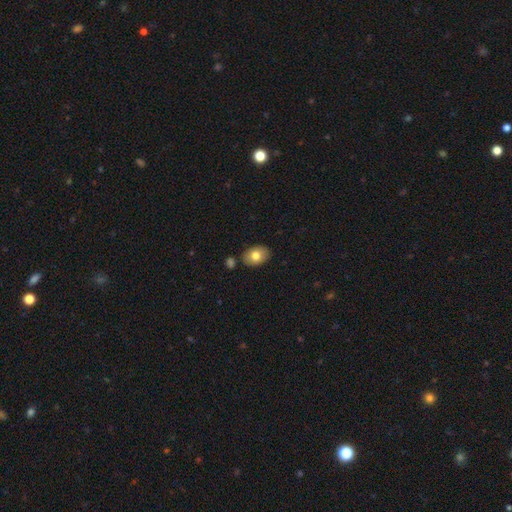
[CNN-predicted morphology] smooth 78%, featured or disk 14%, star or artifact 7%. Down the decision tree: how rounded — in between (79%); merging — none (82%).